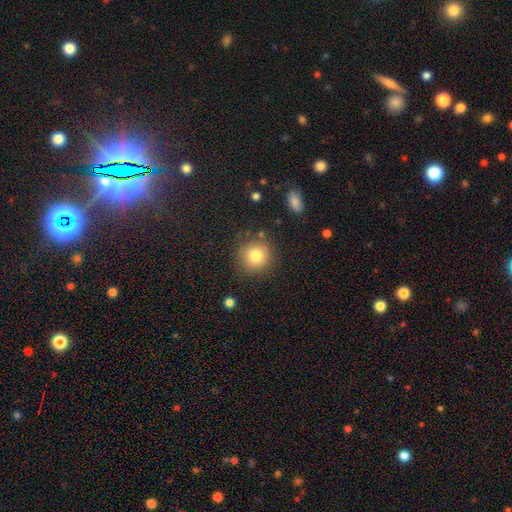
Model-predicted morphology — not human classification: This is likely a smooth galaxy (80%). How rounded: clearly round (92%). Merging: clearly none (83%).